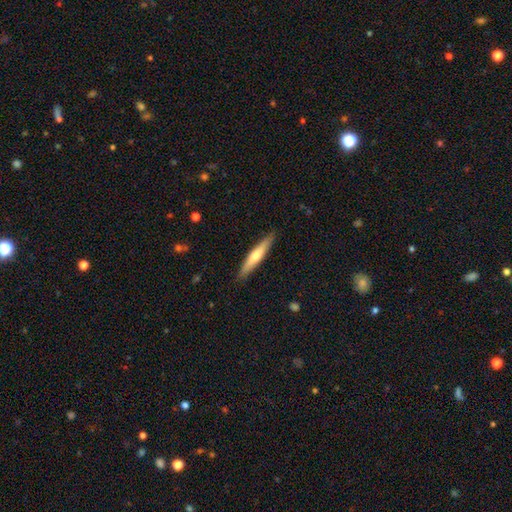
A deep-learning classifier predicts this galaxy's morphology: type=smooth (48%); merging=none (90%).